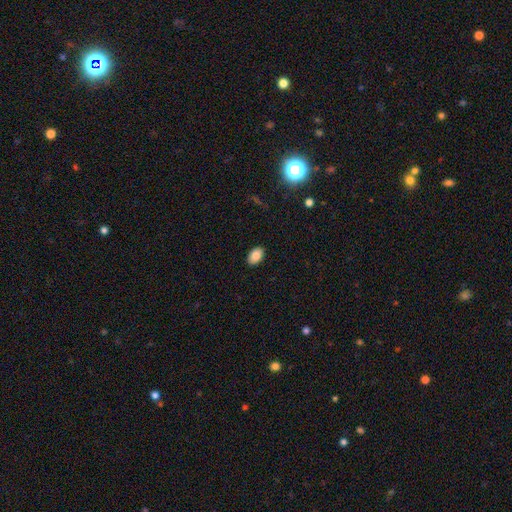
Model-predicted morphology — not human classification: A smooth galaxy with no disk features (85%) that is in between round and cigar-shaped (91%).

Vote fractions:
- Smooth or featured? smooth: 85% / star or artifact: 8% / featured or disk: 7%
- How rounded? in between: 91% / round: 8% / cigar-shaped: 1%
- Merging? none: 89% / minor disturbance: 8% / major disturbance: 2% / merger: 1%